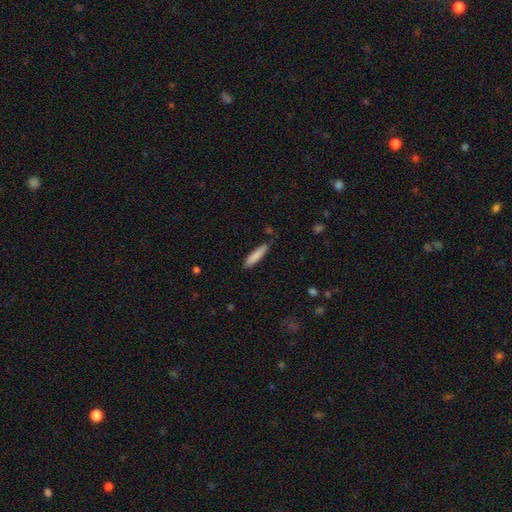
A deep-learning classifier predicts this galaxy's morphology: Q: Smooth or featured?
A: smooth (84%); runner-up: featured or disk (10%)
Q: How rounded?
A: cigar-shaped (84%); runner-up: in between (15%)
Q: Merging?
A: none (79%); runner-up: minor disturbance (16%)